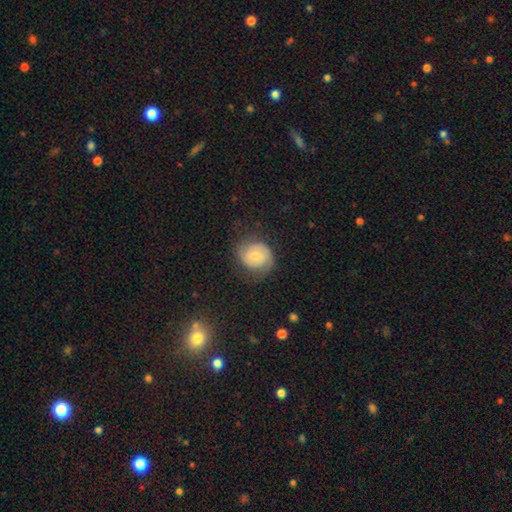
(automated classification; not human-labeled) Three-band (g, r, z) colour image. It shows a featured or disk galaxy (50%). Merging: none (67%).